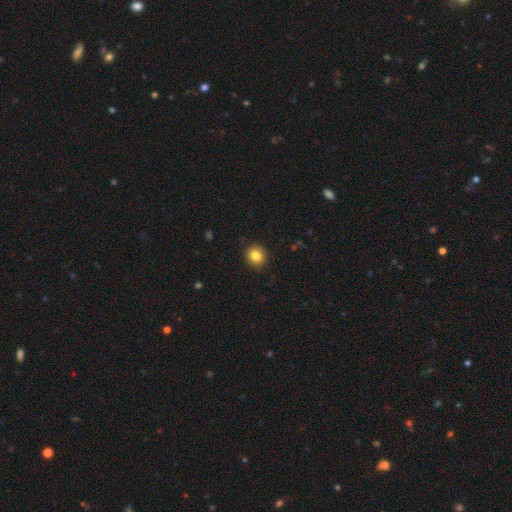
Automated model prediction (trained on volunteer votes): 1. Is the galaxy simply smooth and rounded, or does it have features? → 83% smooth, 10% star or artifact, 6% featured or disk.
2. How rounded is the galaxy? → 87% round, 12% in between, 1% cigar-shaped.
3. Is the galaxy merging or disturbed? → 90% none, 7% minor disturbance, 2% major disturbance, 1% merger.